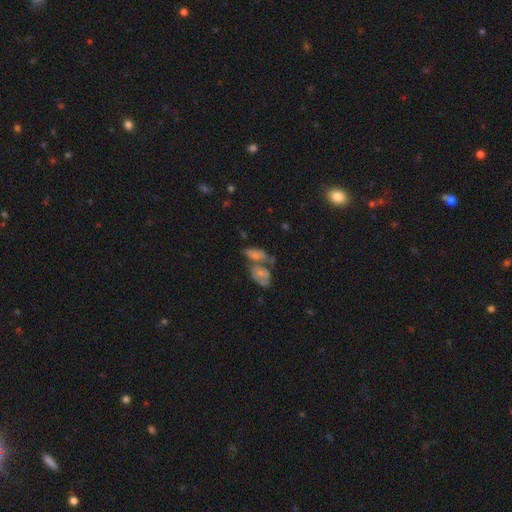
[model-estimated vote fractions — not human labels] Overall: smooth (42%; featured or disk 39%). Merging: merger (49%; none 30%).